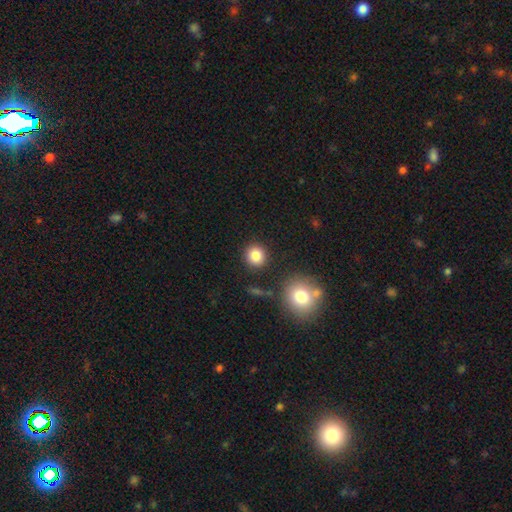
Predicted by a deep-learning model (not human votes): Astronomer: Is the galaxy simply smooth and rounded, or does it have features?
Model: smooth — 84%.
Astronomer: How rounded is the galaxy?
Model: round — 87%.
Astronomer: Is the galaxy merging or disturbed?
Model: none — 86%.